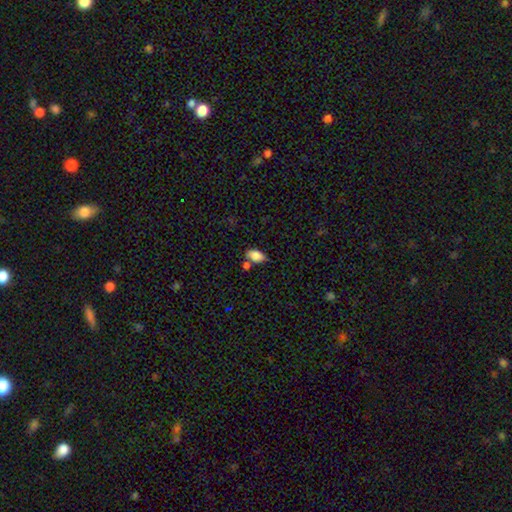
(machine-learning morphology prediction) Overall: smooth (85%). How rounded: in between (92%). Merging: none (58%; merger 21%).